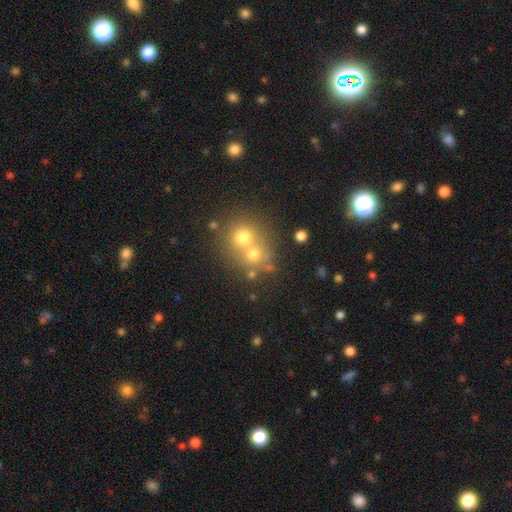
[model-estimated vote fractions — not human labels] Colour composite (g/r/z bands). It shows a smooth galaxy with no disk features (61%) that is round (81%). Merging: merger (51%).